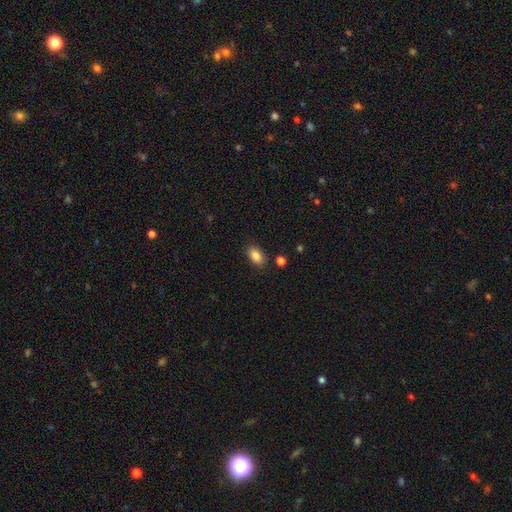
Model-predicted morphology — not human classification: Smooth or featured? smooth (87%)
How rounded? in between (91%)
Merging? none (86%)